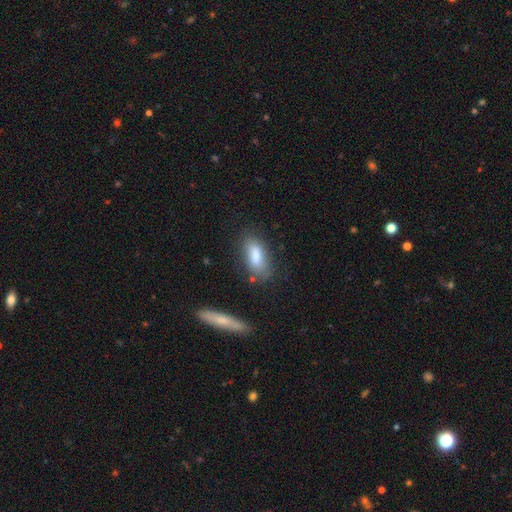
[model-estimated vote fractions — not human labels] smooth-or-featured: smooth: 80% | featured or disk: 13% | star or artifact: 7%
  how-rounded: in between: 81% | cigar-shaped: 16% | round: 3%
  merging: none: 69% | minor disturbance: 19% | major disturbance: 6% | merger: 5%